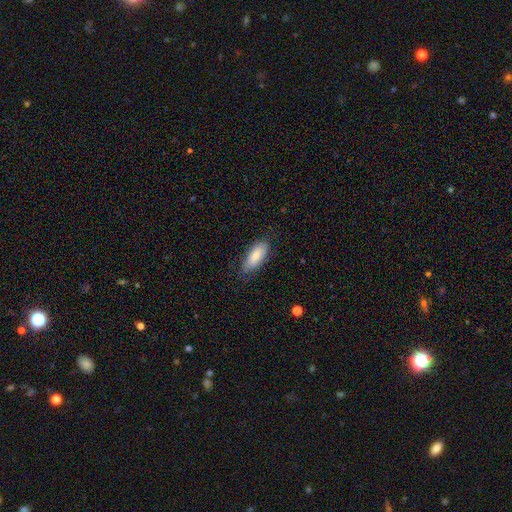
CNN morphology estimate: Smooth or featured: smooth — 78% (featured or disk — 17%)
How rounded: in between — 83% (cigar-shaped — 16%)
Merging: none — 70% (minor disturbance — 23%)